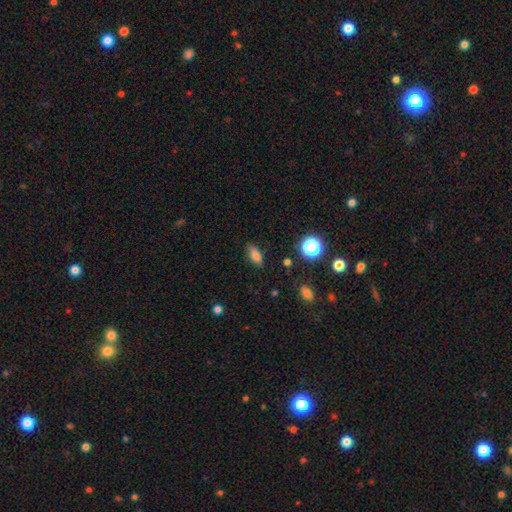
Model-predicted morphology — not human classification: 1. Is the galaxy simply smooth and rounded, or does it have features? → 79% smooth, 12% star or artifact, 9% featured or disk.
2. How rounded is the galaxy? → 80% in between, 13% cigar-shaped, 7% round.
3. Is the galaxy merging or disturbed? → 82% none, 14% minor disturbance, 3% major disturbance, 2% merger.